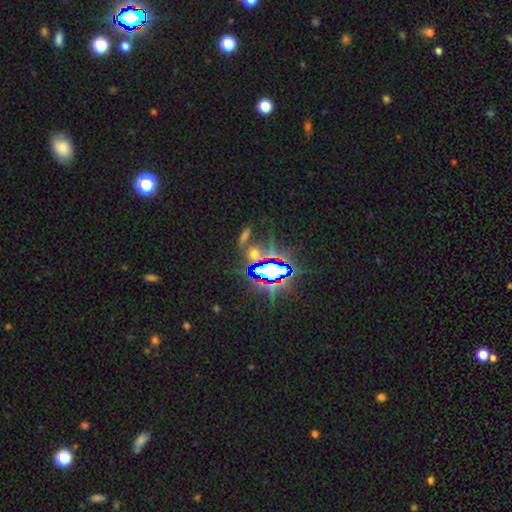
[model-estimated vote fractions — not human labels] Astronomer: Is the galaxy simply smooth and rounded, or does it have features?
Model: star or artifact — 72%.